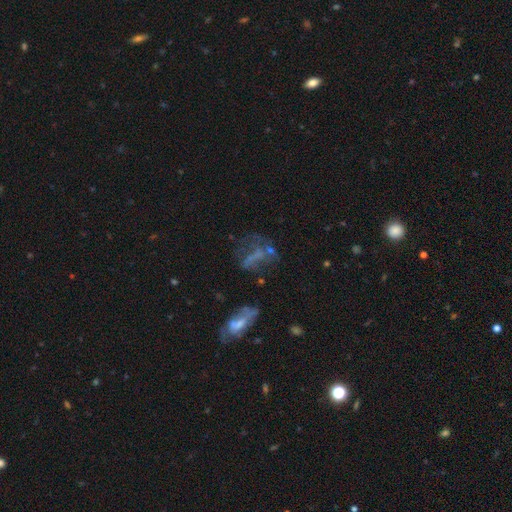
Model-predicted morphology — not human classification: The model was most divided on "merging": none: 38%, major disturbance: 32%, minor disturbance: 17%, merger: 13%. Remaining: smooth or featured — featured or disk (45%).